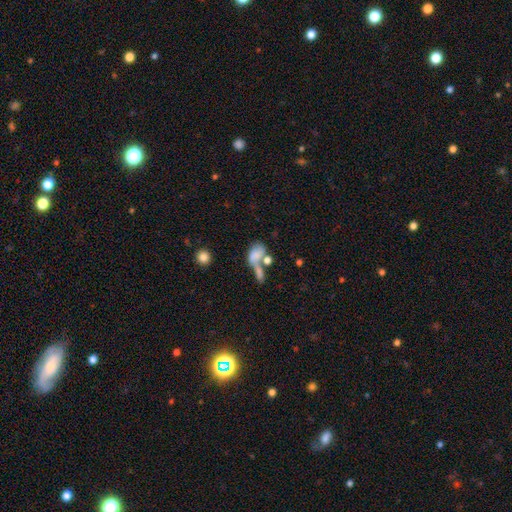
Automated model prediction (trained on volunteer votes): Smooth or featured? smooth (66%)
How rounded? in between (79%)
Merging? merger (55%)